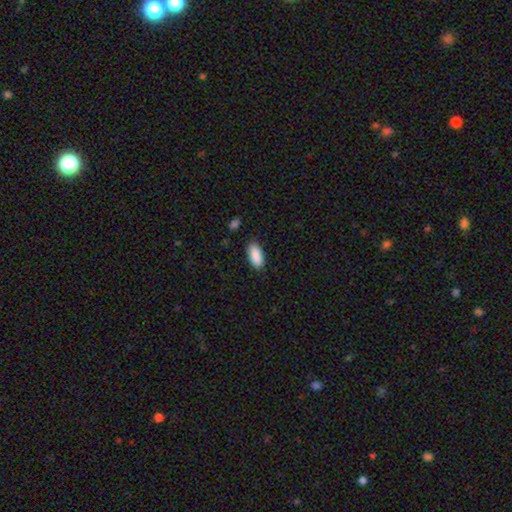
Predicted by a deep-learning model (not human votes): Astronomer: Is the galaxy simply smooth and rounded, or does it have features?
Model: smooth — 90%.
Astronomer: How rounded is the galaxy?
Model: in between — 88%.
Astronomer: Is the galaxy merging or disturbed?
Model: none — 86%.